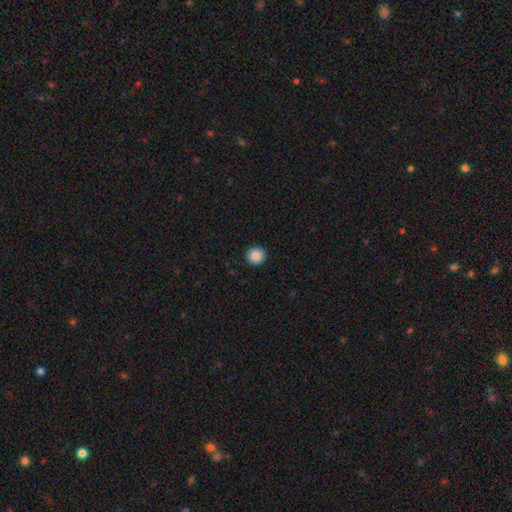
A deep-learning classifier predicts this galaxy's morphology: Overall: smooth (87%). How rounded: round (92%). Merging: none (92%).